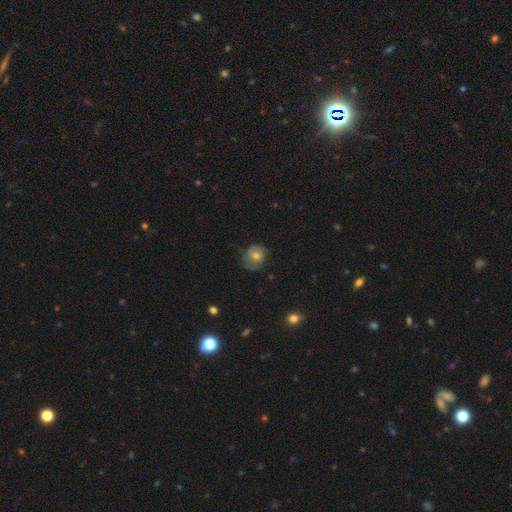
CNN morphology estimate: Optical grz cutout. It shows a smooth galaxy with no disk features (57%) that is round (73%). Merging: none (59%).